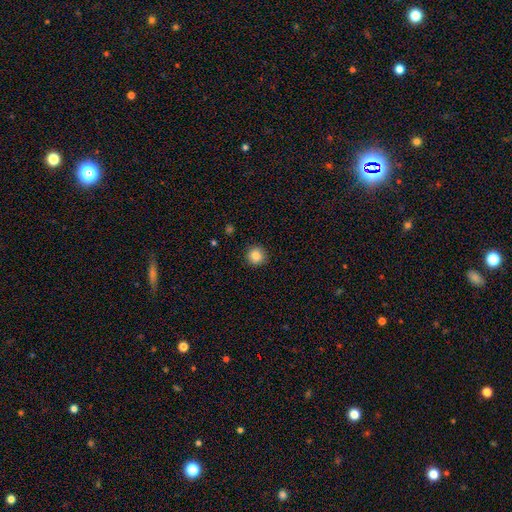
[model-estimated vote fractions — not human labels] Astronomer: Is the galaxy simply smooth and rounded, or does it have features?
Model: smooth — 85%.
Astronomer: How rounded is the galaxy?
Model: round — 94%.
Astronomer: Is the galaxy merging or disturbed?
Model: none — 91%.